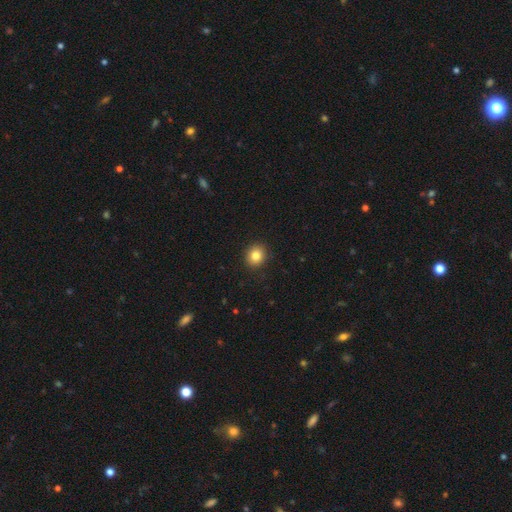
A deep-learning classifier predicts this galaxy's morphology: smooth_or_featured: smooth (p=0.83) [alt: star or artifact p=0.10]
how_rounded: round (p=0.78) [alt: in between p=0.21]
merging: none (p=0.91) [alt: minor disturbance p=0.06]